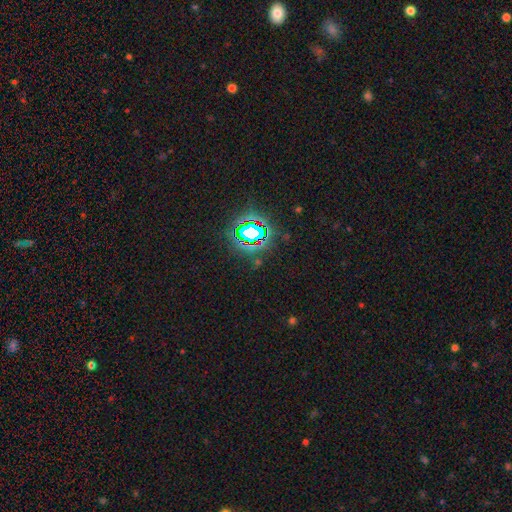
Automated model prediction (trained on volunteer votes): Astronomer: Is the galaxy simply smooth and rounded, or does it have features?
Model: star or artifact — 82%.